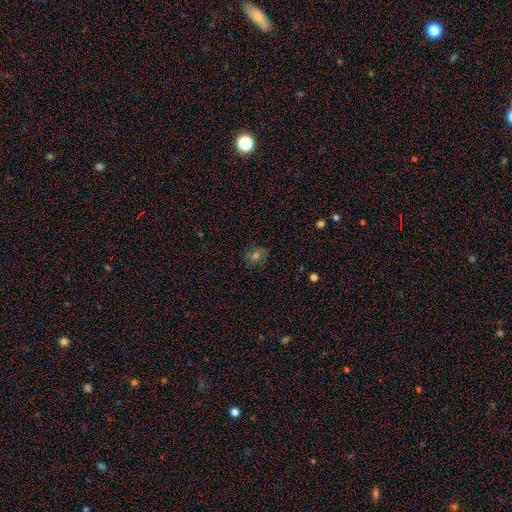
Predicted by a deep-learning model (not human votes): Smooth or featured? Predicted: smooth (p=0.56). How rounded? Predicted: round (p=0.66). Merging? Predicted: none (p=0.82).